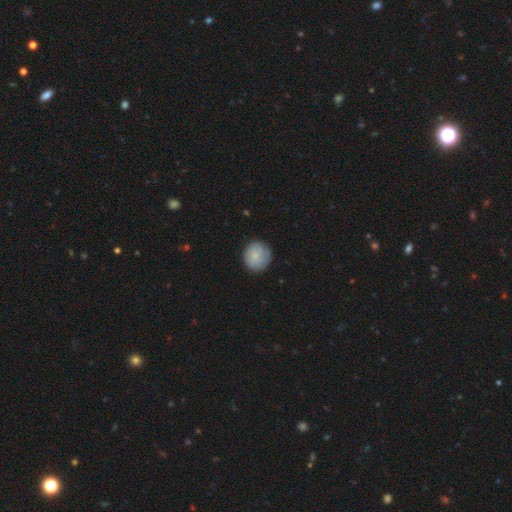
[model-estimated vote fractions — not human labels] Smooth or featured: smooth — 82% (featured or disk — 12%)
How rounded: round — 87% (in between — 12%)
Merging: none — 82% (minor disturbance — 14%)